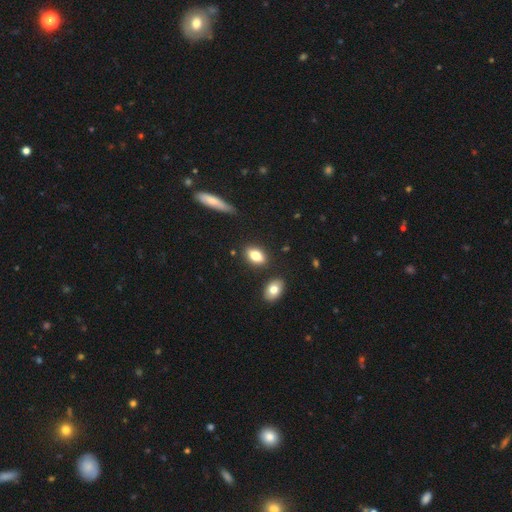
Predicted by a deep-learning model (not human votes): This is likely a smooth galaxy (79%). How rounded: clearly in between (85%). Merging: clearly none (83%).